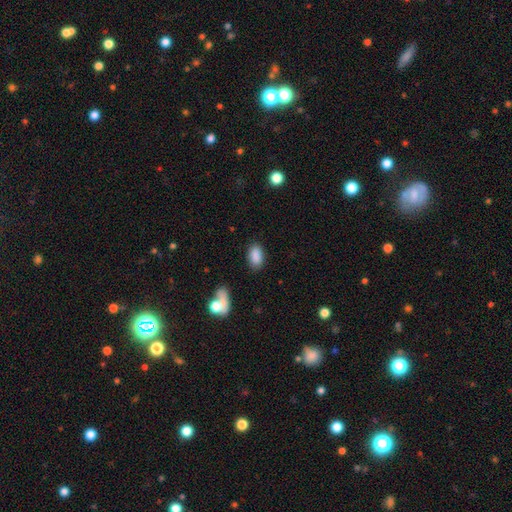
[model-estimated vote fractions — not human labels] Smooth or featured?
  - smooth: 88% *
  - star or artifact: 8%
  - featured or disk: 5%
How rounded?
  - in between: 92% *
  - round: 5%
  - cigar-shaped: 2%
Merging?
  - none: 83% *
  - minor disturbance: 11%
  - major disturbance: 3%
  - merger: 2%